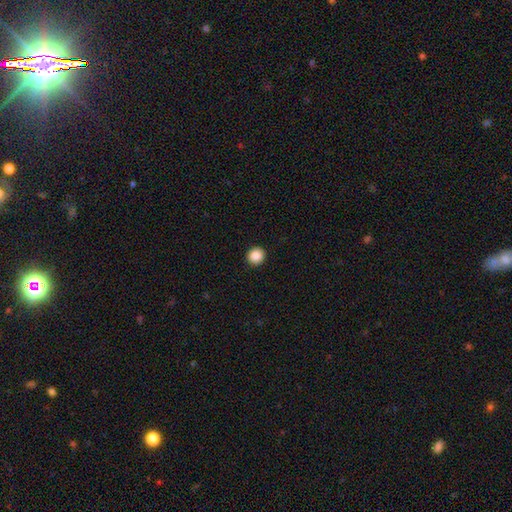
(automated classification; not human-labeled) Smooth or featured?
  - smooth: 88% *
  - star or artifact: 9%
  - featured or disk: 3%
How rounded?
  - round: 91% *
  - in between: 8%
  - cigar-shaped: 1%
Merging?
  - none: 93% *
  - minor disturbance: 5%
  - major disturbance: 2%
  - merger: 1%